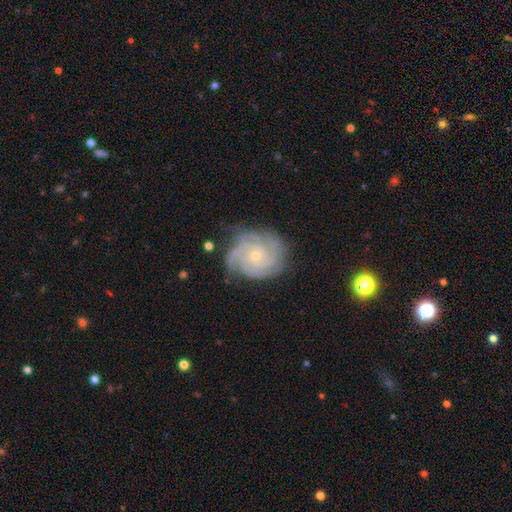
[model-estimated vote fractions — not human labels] Q: Smooth or featured?
A: featured or disk (88%); runner-up: star or artifact (6%)
Q: Edge-on disk?
A: no (98%); runner-up: yes (2%)
Q: Bar?
A: no (78%); runner-up: weak (17%)
Q: Spiral arms?
A: yes (98%); runner-up: no (2%)
Q: Spiral winding?
A: tight (75%); runner-up: medium (22%)
Q: Spiral arm count?
A: 4 (37%); runner-up: 3 (26%)
Q: Bulge size?
A: small (79%); runner-up: moderate (18%)
Q: Merging?
A: none (76%); runner-up: minor disturbance (18%)